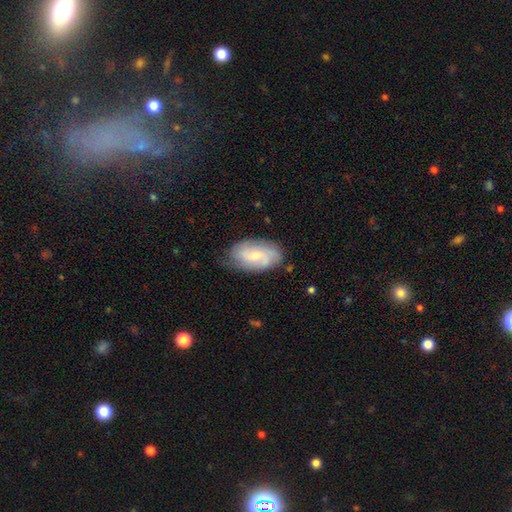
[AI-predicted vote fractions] The model was most divided on "smooth or featured": featured or disk: 52%, smooth: 41%, star or artifact: 7%. More confident: edge-on disk — no (94%); merging — none (69%).